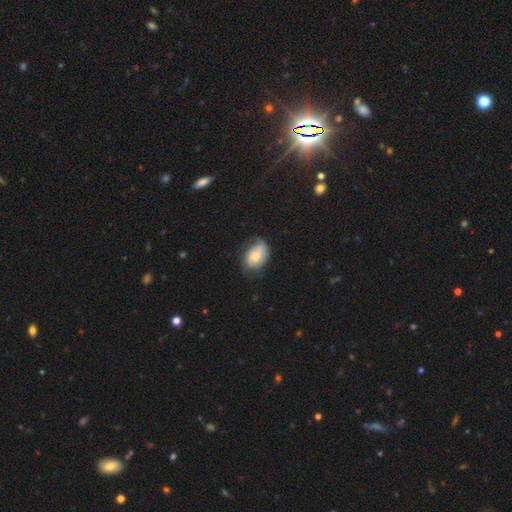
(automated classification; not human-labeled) This appears to be a smooth galaxy with no disk features (55%) that is in between round and cigar-shaped (81%). Merging: none (51%).